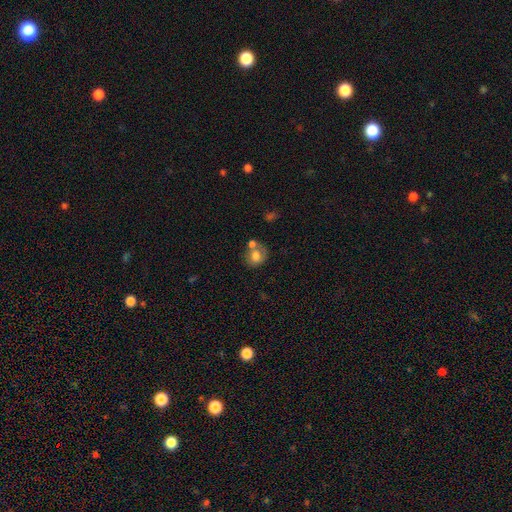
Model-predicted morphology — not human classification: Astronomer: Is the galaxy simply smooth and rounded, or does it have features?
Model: smooth — 73%.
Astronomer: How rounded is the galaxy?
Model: round — 69%.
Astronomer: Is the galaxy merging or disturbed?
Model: none — 42% (runner-up: merger, 36%).